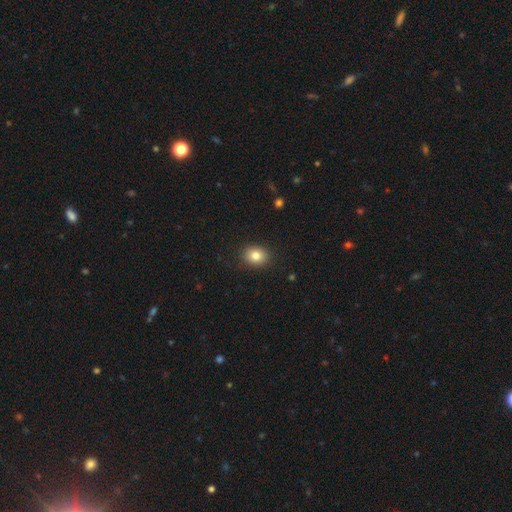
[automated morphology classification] This is clearly a smooth galaxy (83%). How rounded: possibly round (51%). Merging: clearly none (88%).